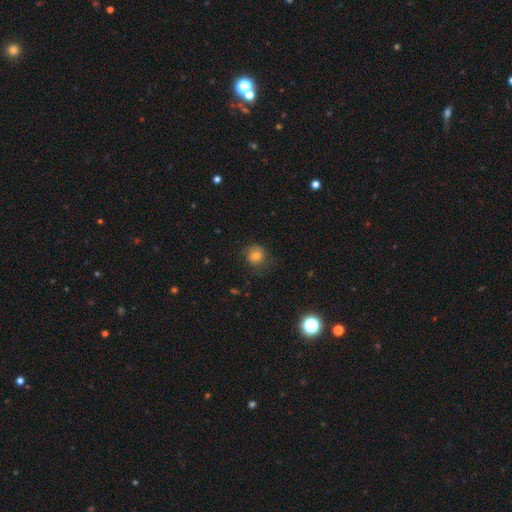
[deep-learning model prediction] smooth 71%, featured or disk 17%, star or artifact 13%. Down the decision tree: how rounded — round (82%); merging — none (65%).